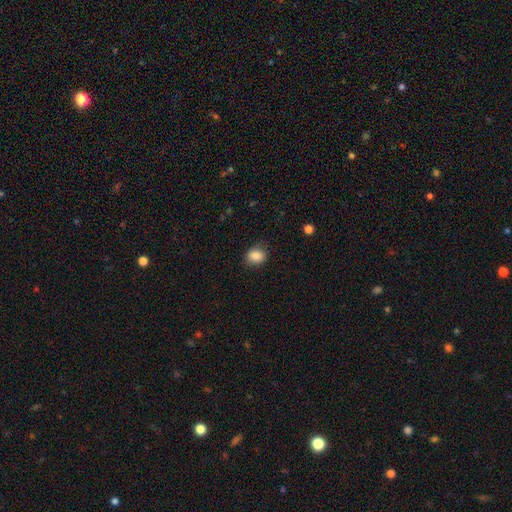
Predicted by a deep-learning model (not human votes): Overall: smooth (85%). How rounded: round (52%; in between 47%). Merging: none (81%).